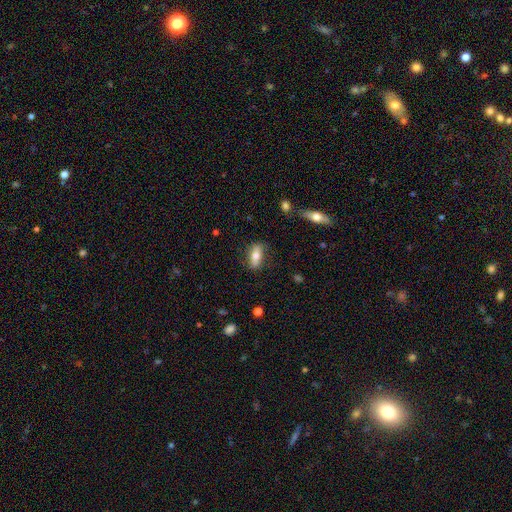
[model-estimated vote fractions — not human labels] This appears to be a smooth galaxy with no disk features (64%) that is in between round and cigar-shaped (68%). Merging: none (78%).